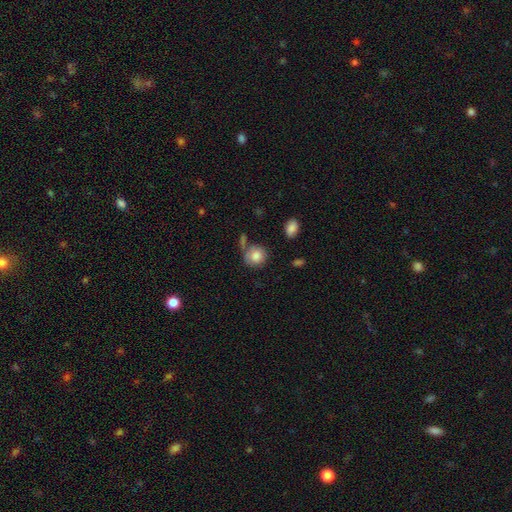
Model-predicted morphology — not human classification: This appears to be a smooth galaxy with no disk features (82%) that is round (83%). Merging: none (60%).